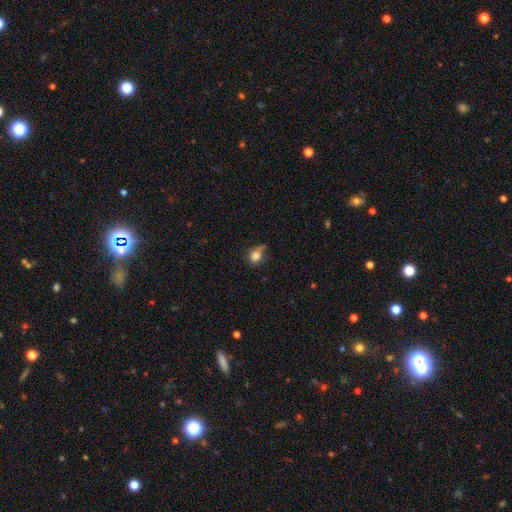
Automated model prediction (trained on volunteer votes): This appears to be a smooth galaxy with no disk features (80%) that is in between round and cigar-shaped (55%). Merging: none (41%, tied with minor disturbance).